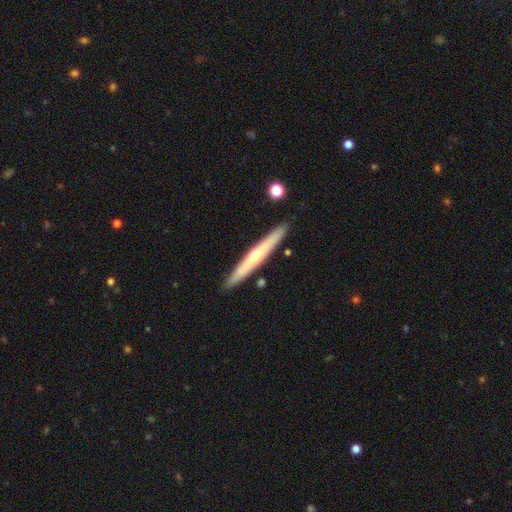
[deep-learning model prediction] Overall: featured or disk (63%; smooth 31%). Edge-on disk: yes (95%). Edge-on bulge: rounded (75%). Merging: none (89%).